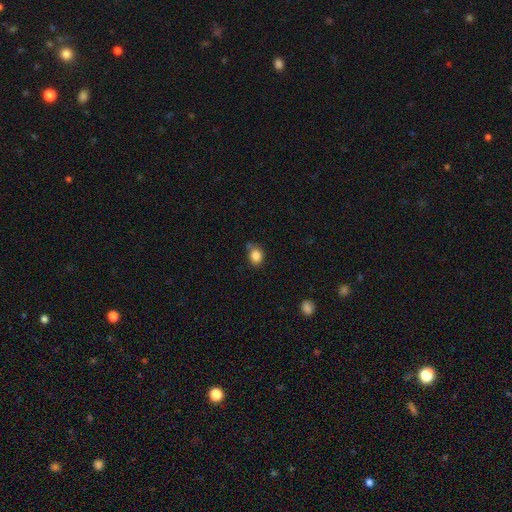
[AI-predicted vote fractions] Smooth or featured: smooth — 85% (star or artifact — 10%)
How rounded: round — 56% (in between — 43%)
Merging: none — 64% (minor disturbance — 23%)